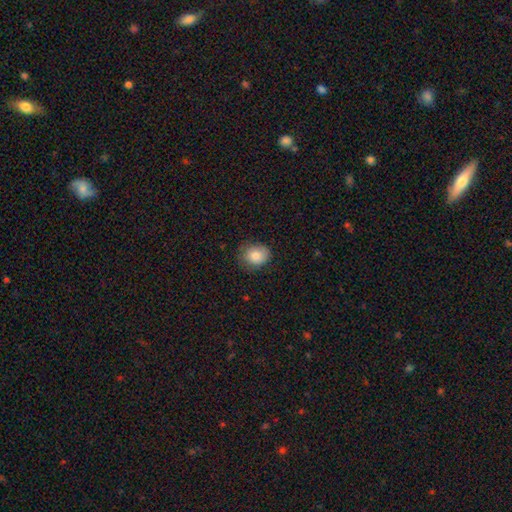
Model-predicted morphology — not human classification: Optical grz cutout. It shows a smooth galaxy with no disk features (83%) that is round (65%). Merging: none (76%).